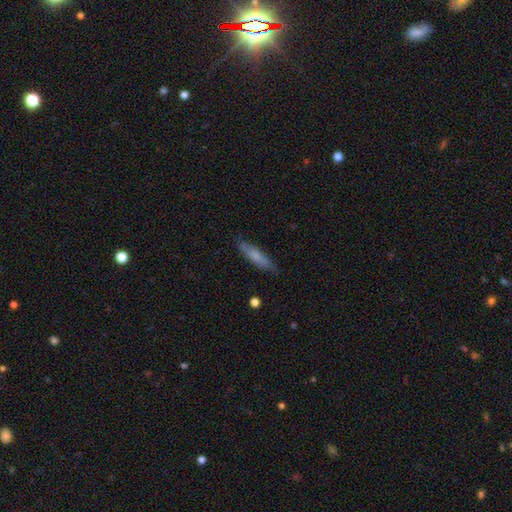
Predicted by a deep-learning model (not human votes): A smooth galaxy with no disk features (68%) that is cigar-shaped (81%). Merging: none (81%).